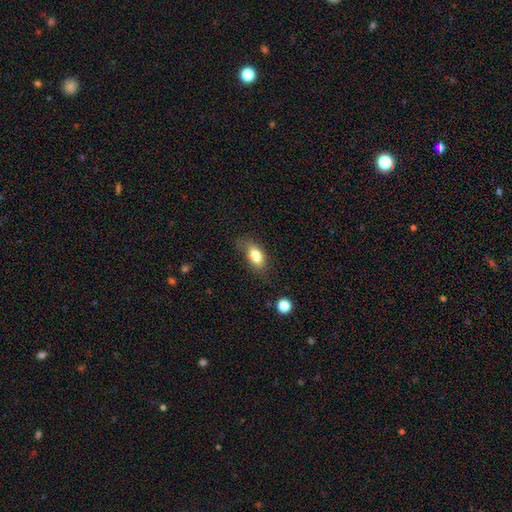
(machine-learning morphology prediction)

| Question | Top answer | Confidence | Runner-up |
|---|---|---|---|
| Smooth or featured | smooth | 77% | featured or disk (15%) |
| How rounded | in between | 82% | cigar-shaped (12%) |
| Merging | none | 64% | minor disturbance (25%) |